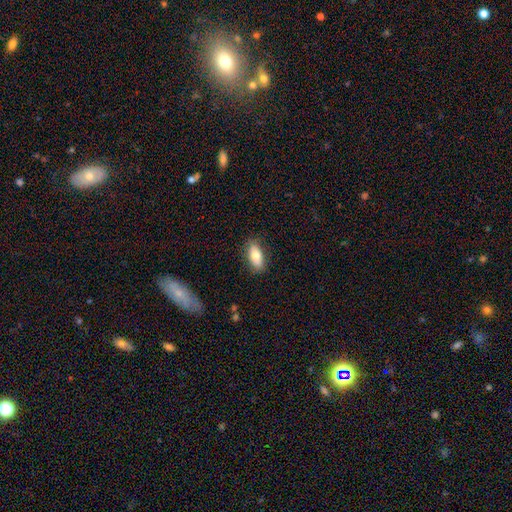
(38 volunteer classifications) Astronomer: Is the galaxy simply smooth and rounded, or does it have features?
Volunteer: smooth — 79%.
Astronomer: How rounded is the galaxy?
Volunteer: in between — 70%.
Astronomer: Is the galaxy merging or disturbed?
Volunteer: none — 89%.